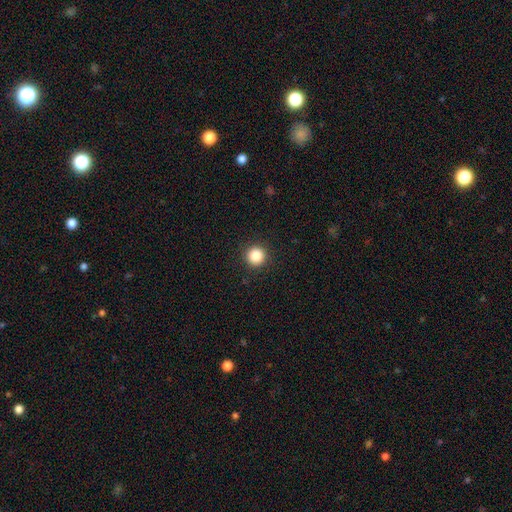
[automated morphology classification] type=smooth (85%); roundness=round (95%); merging=none (92%).